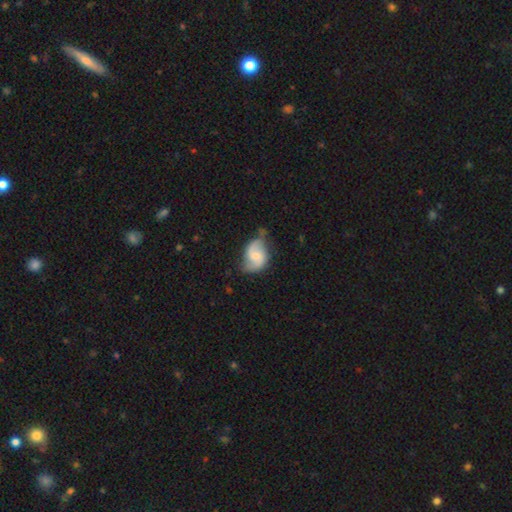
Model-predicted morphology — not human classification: Smooth or featured? featured or disk (66%)
Edge-on disk? no (97%)
Bar? weak (48%)
Spiral arms? yes (91%)
Spiral winding? loose (45%)
Spiral arm count? 2 (87%)
Bulge size? moderate (46%)
Merging? none (57%)